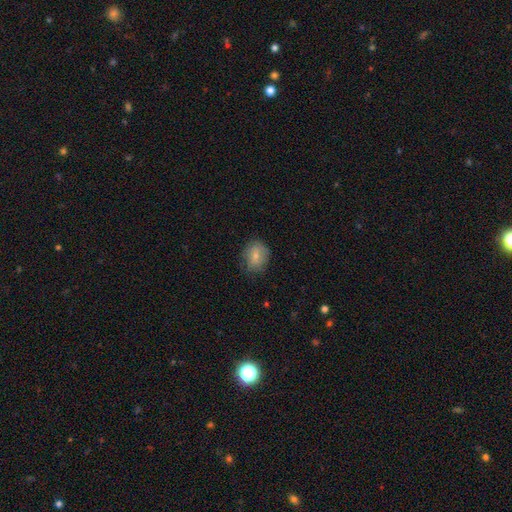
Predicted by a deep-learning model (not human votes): smooth-or-featured: smooth: 72% | featured or disk: 20% | star or artifact: 8%
  how-rounded: round: 55% | in between: 44% | cigar-shaped: 1%
  merging: none: 74% | minor disturbance: 19% | major disturbance: 6% | merger: 1%